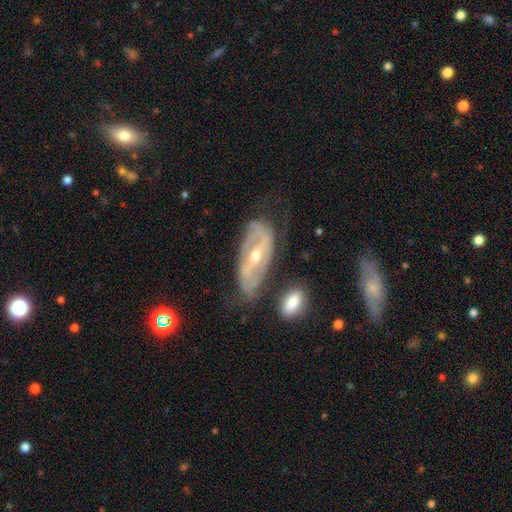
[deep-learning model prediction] Q: Smooth or featured?
A: featured or disk (83%); runner-up: smooth (11%)
Q: Edge-on disk?
A: no (90%); runner-up: yes (10%)
Q: Bar?
A: strong (47%); runner-up: weak (35%)
Q: Spiral arms?
A: yes (84%); runner-up: no (16%)
Q: Spiral winding?
A: medium (41%); runner-up: tight (37%)
Q: Spiral arm count?
A: 2 (73%); runner-up: can't tell (17%)
Q: Bulge size?
A: moderate (60%); runner-up: small (36%)
Q: Merging?
A: none (61%); runner-up: minor disturbance (23%)